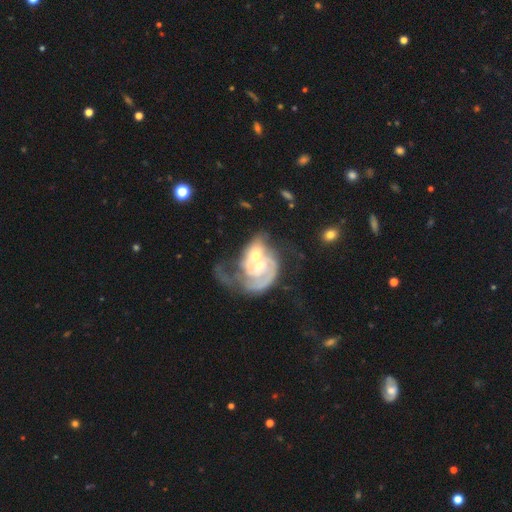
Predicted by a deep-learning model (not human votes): Smooth or featured: featured or disk — 78% (smooth — 15%)
Edge-on disk: no — 97% (yes — 3%)
Bar: no — 67% (weak — 26%)
Spiral arms: yes — 82% (no — 18%)
Spiral winding: tight — 43% (medium — 34%)
Spiral arm count: 2 — 39% (1 — 27%)
Bulge size: moderate — 55% (small — 37%)
Merging: merger — 58% (major disturbance — 20%)